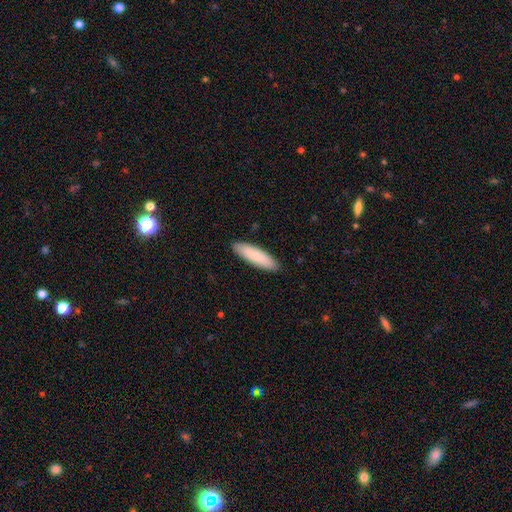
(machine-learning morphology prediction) Smooth or featured: smooth — 84% (featured or disk — 10%)
How rounded: cigar-shaped — 64% (in between — 35%)
Merging: none — 90% (minor disturbance — 7%)